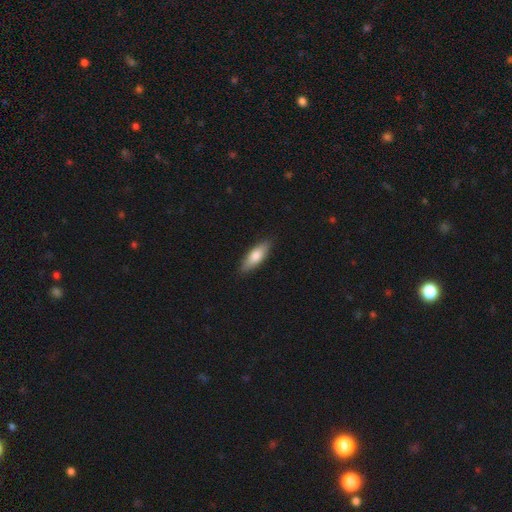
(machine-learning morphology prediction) Q: Smooth or featured?
A: smooth (73%); runner-up: featured or disk (22%)
Q: How rounded?
A: in between (58%); runner-up: cigar-shaped (40%)
Q: Merging?
A: none (87%); runner-up: minor disturbance (10%)